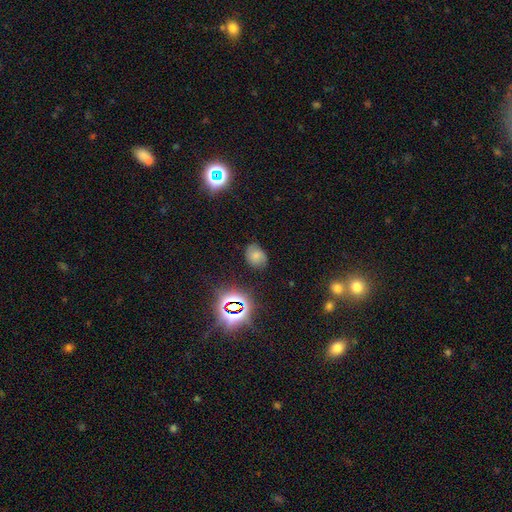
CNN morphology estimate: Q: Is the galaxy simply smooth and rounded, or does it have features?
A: smooth — 54%.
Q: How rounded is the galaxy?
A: in between — 60%.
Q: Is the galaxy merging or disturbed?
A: none — 72%.